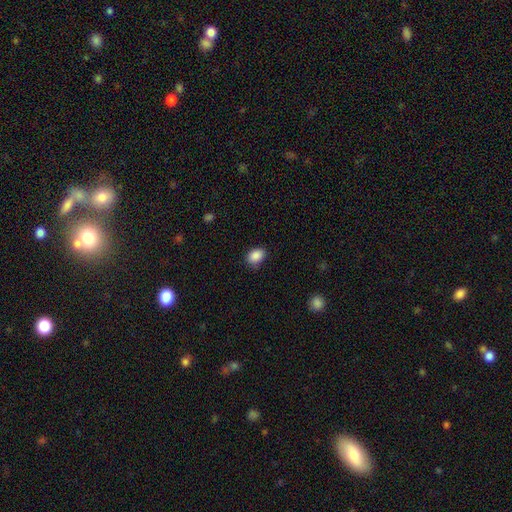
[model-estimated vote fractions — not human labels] A smooth galaxy with no disk features (89%) that is in between round and cigar-shaped (68%). Merging: none (81%).